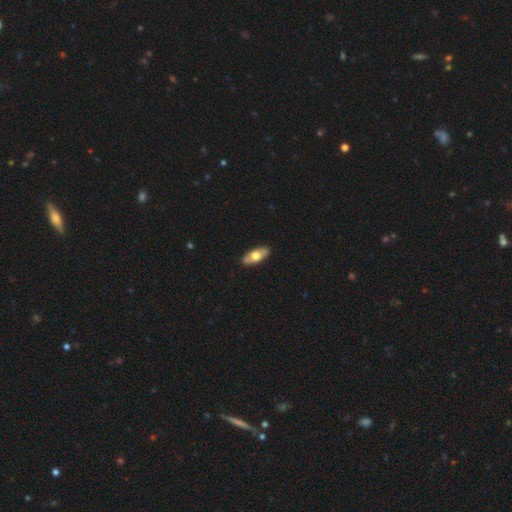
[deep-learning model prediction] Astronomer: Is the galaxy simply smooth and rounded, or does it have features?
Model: smooth — 60% (runner-up: featured or disk, 35%).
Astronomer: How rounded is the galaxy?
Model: in between — 84%.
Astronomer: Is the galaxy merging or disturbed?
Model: none — 89%.